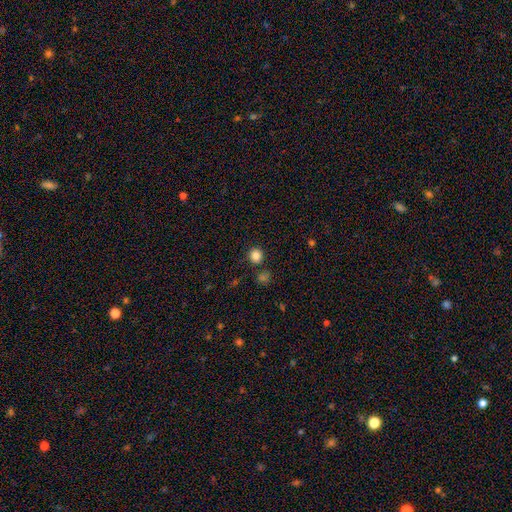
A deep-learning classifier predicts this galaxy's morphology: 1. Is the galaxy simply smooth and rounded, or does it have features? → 84% smooth, 12% star or artifact, 4% featured or disk.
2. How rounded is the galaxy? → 91% round, 8% in between, 1% cigar-shaped.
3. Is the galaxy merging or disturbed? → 86% none, 6% minor disturbance, 5% merger, 2% major disturbance.